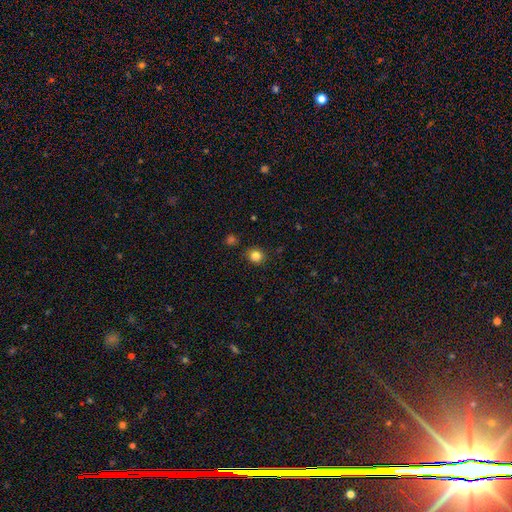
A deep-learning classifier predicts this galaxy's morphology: This is clearly a smooth galaxy (83%). How rounded: clearly round (87%). Merging: clearly none (88%).